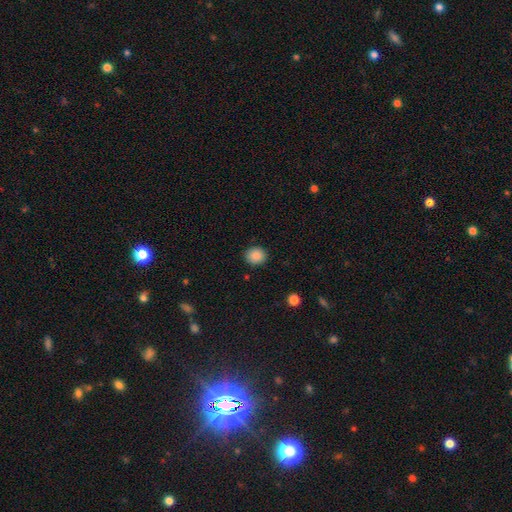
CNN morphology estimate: smooth 88%, star or artifact 9%, featured or disk 3%. Down the decision tree: how rounded — round (82%); merging — none (90%).